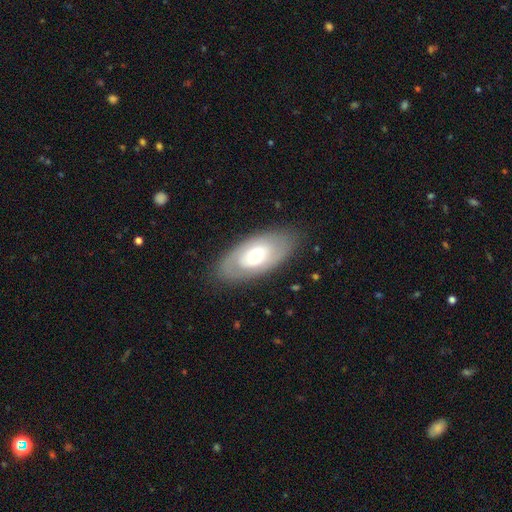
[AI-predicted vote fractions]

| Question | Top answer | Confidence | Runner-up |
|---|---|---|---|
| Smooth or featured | featured or disk | 51% | smooth (43%) |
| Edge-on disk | no | 86% | yes (14%) |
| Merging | none | 81% | minor disturbance (13%) |